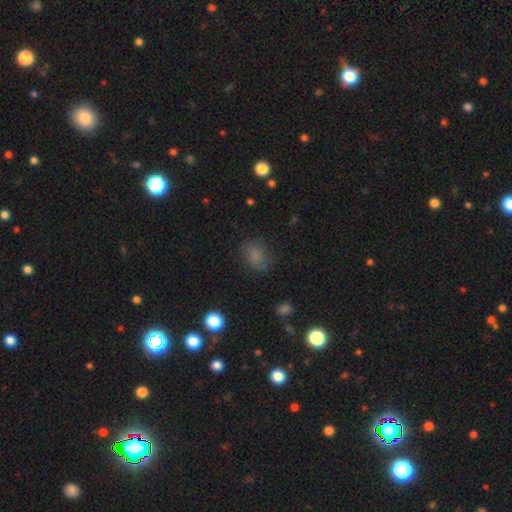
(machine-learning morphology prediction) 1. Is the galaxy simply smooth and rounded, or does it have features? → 74% smooth, 16% star or artifact, 10% featured or disk.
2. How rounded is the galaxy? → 68% in between, 30% round, 2% cigar-shaped.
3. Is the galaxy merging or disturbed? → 71% none, 20% minor disturbance, 8% major disturbance, 2% merger.